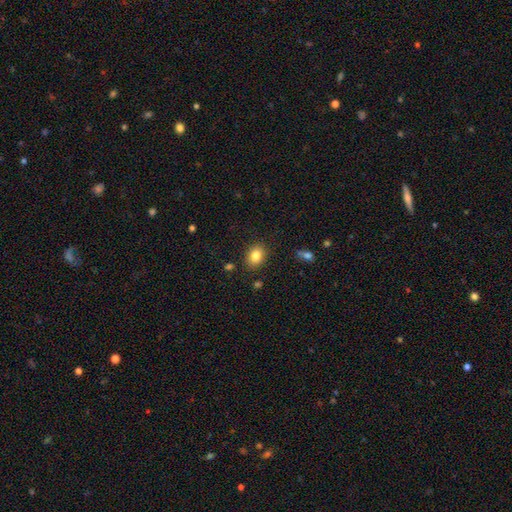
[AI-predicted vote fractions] Q: Smooth or featured?
A: smooth (83%); runner-up: star or artifact (10%)
Q: How rounded?
A: in between (65%); runner-up: round (34%)
Q: Merging?
A: none (87%); runner-up: minor disturbance (9%)